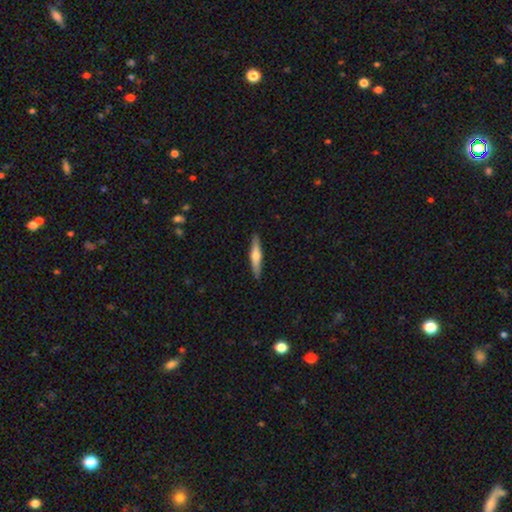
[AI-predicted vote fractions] This is possibly a featured or disk galaxy (49%). Merging: clearly none (89%).